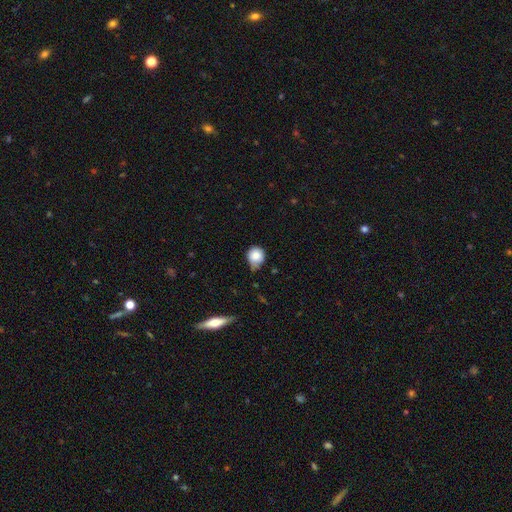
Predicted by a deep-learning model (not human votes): Morphology: type=smooth (84%); roundness=round (82%); merging=none (50%).